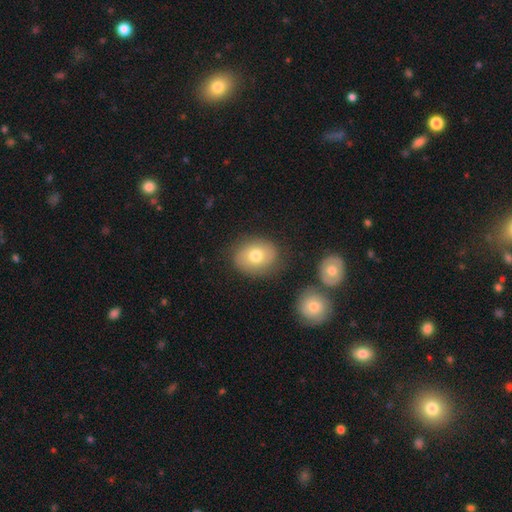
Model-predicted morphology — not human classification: A smooth galaxy with no disk features (71%) that is round (55%). Merging: none (80%).